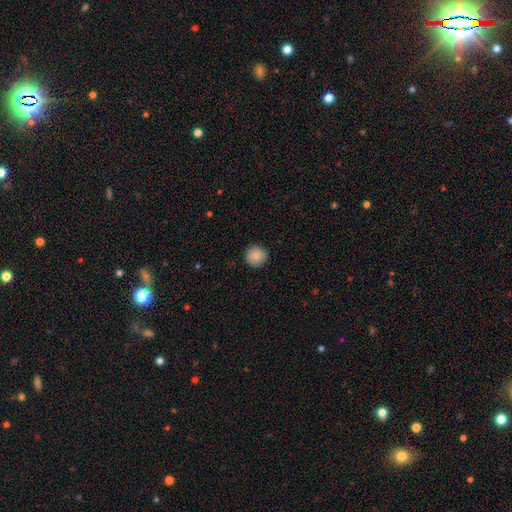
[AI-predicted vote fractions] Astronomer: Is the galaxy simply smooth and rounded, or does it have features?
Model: smooth — 88%.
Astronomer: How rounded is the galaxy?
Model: round — 95%.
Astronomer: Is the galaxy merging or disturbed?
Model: none — 91%.